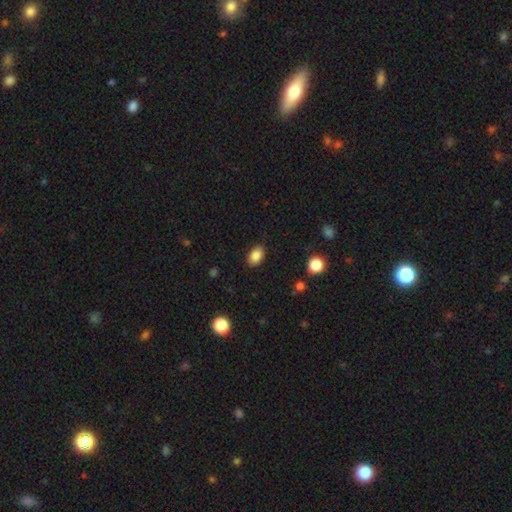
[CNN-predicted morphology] Overall: smooth (86%). How rounded: in between (86%). Merging: none (87%).